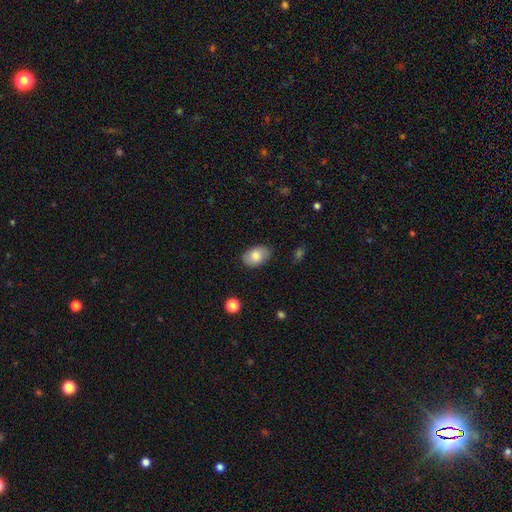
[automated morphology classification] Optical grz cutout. It shows a smooth galaxy with no disk features (80%) that is in between round and cigar-shaped (86%). Merging: none (83%).